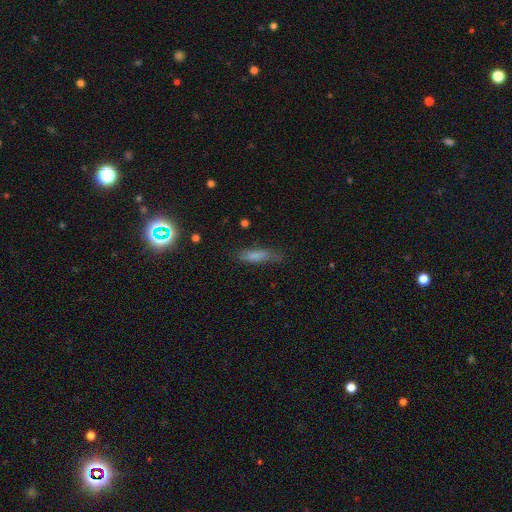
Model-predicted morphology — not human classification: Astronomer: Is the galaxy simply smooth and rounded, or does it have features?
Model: smooth — 76%.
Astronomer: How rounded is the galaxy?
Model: cigar-shaped — 61% (runner-up: in between, 36%).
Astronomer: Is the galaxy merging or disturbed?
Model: none — 65%.